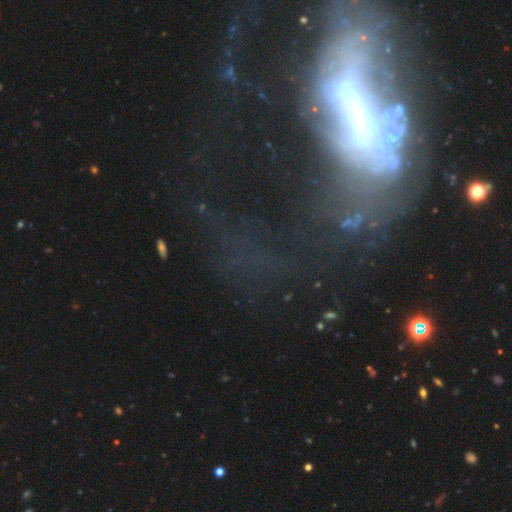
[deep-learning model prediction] Smooth or featured: featured or disk — 66% (star or artifact — 18%)
Edge-on disk: no — 84% (yes — 16%)
Bar: strong — 43% (no — 32%)
Spiral arms: no — 62% (yes — 38%)
Bulge size: moderate — 44% (small — 26%)
Merging: major disturbance — 57% (none — 22%)